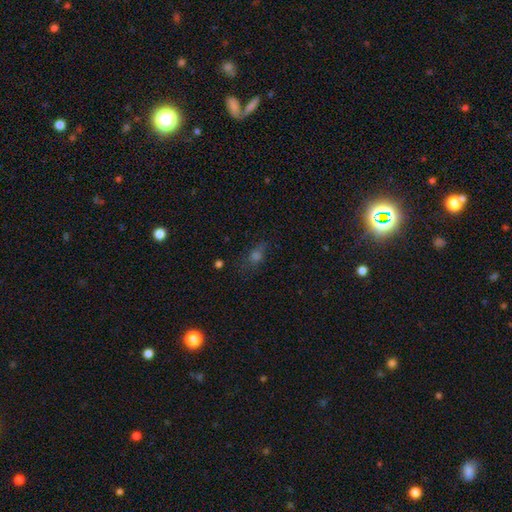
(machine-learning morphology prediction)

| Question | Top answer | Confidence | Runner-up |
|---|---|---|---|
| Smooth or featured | smooth | 51% | star or artifact (31%) |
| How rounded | in between | 59% | round (31%) |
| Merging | none | 69% | minor disturbance (19%) |